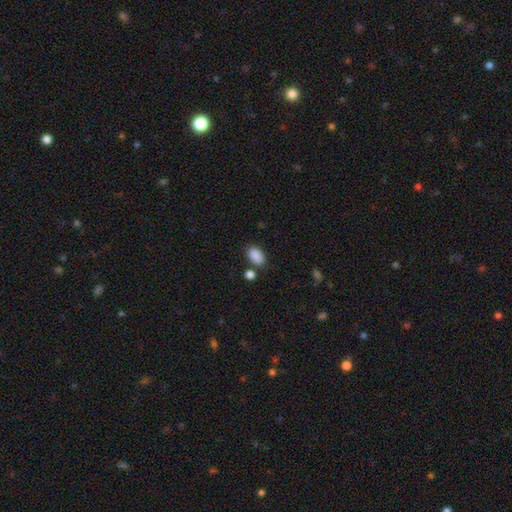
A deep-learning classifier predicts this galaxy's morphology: This appears to be a smooth galaxy with no disk features (89%) that is in between round and cigar-shaped (90%). Merging: none (74%).